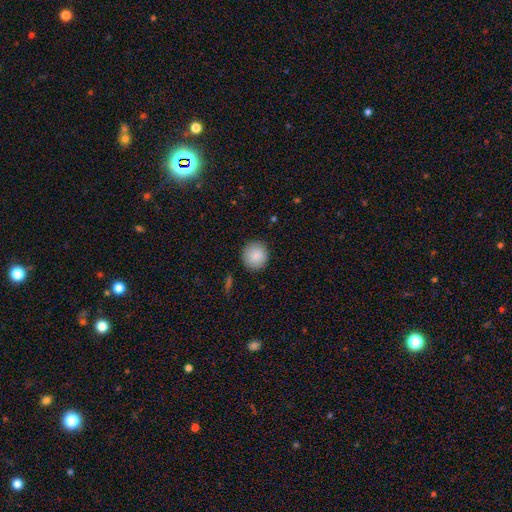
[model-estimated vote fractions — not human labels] smooth-or-featured: smooth: 88% | star or artifact: 7% | featured or disk: 5%
  how-rounded: round: 92% | in between: 7% | cigar-shaped: 1%
  merging: none: 90% | minor disturbance: 7% | major disturbance: 2% | merger: 1%